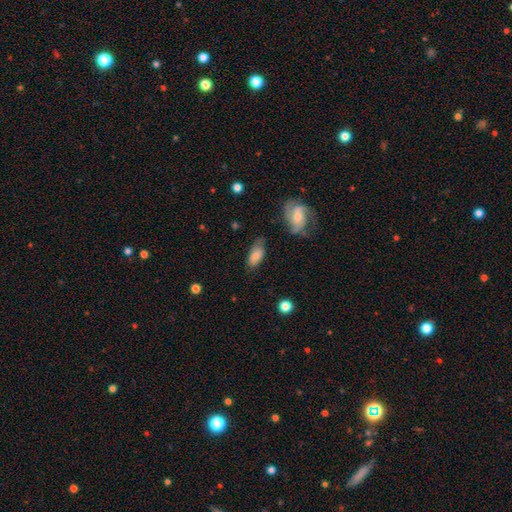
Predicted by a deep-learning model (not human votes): Q: Smooth or featured?
A: smooth (70%); runner-up: featured or disk (22%)
Q: How rounded?
A: in between (88%); runner-up: cigar-shaped (8%)
Q: Merging?
A: none (64%); runner-up: minor disturbance (24%)